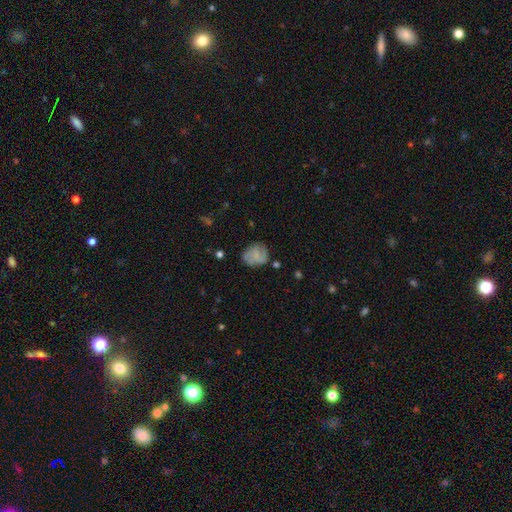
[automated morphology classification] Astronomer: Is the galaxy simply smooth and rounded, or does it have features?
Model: smooth — 55% (runner-up: featured or disk, 37%).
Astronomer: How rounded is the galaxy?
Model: round — 63%.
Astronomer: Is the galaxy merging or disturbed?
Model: none — 64%.